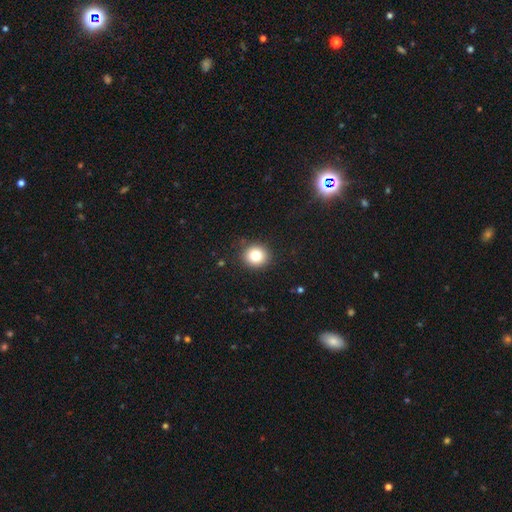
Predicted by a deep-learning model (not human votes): Smooth or featured?
  - smooth: 82% *
  - star or artifact: 11%
  - featured or disk: 8%
How rounded?
  - round: 88% *
  - in between: 11%
  - cigar-shaped: 1%
Merging?
  - none: 89% *
  - minor disturbance: 7%
  - major disturbance: 2%
  - merger: 1%